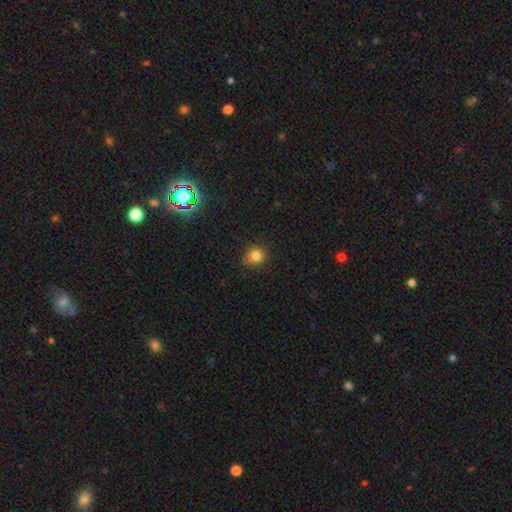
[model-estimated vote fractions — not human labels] Smooth or featured? smooth (81%)
How rounded? round (87%)
Merging? none (83%)